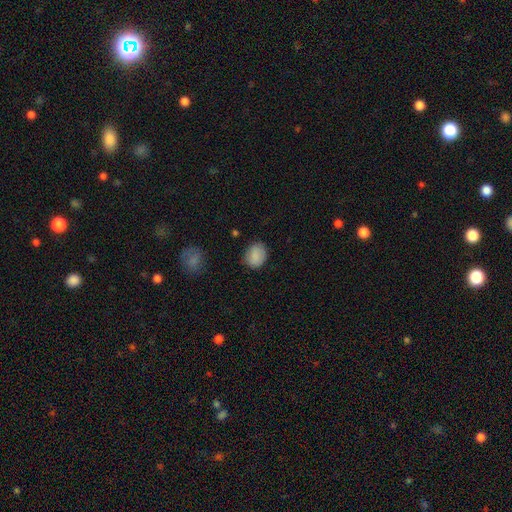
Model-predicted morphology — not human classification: A smooth galaxy with no disk features (87%) that is round (50%). Merging: none (79%).